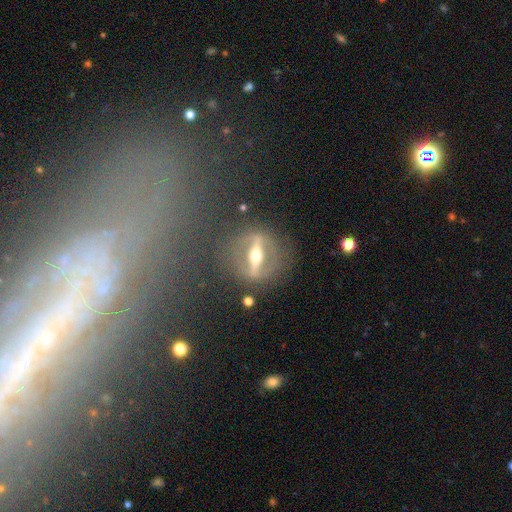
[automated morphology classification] smooth_or_featured: featured or disk (p=0.81) [alt: smooth p=0.10]
disk_edge_on: yes (p=0.56) [alt: no p=0.44]
merging: none (p=0.79) [alt: minor disturbance p=0.10]